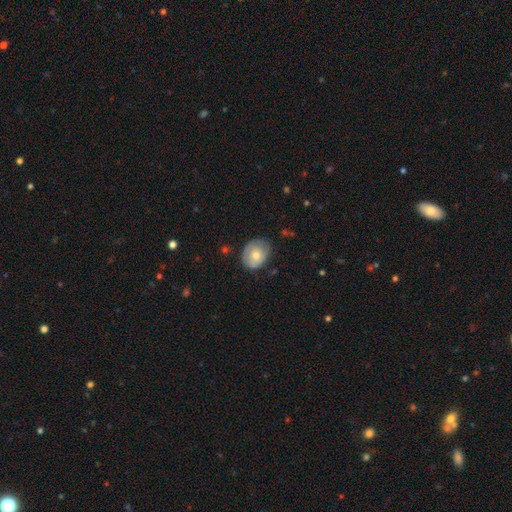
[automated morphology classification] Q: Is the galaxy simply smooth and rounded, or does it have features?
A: smooth — 62%.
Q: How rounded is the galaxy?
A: round — 50%.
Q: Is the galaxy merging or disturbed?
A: none — 67%.